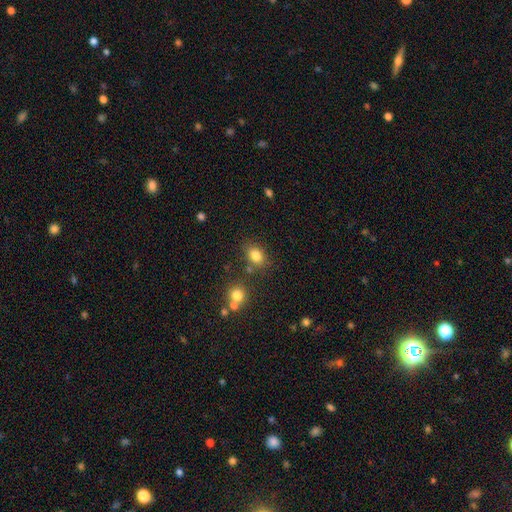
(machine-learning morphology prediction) This appears to be a smooth galaxy with no disk features (81%) that is in between round and cigar-shaped (68%). Merging: none (73%).